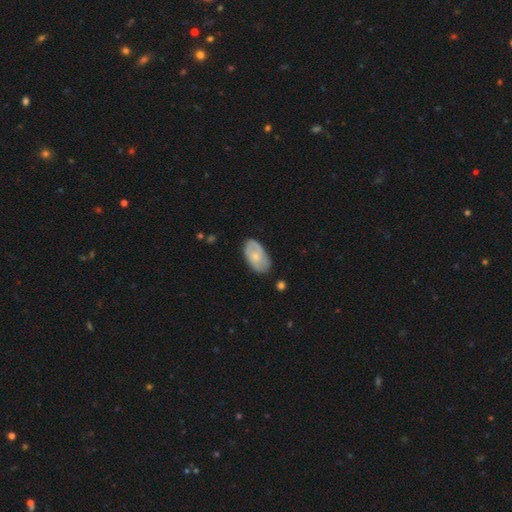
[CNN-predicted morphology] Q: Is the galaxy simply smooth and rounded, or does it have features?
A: smooth — 55%.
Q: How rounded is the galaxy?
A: in between — 93%.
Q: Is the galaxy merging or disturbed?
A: none — 72%.